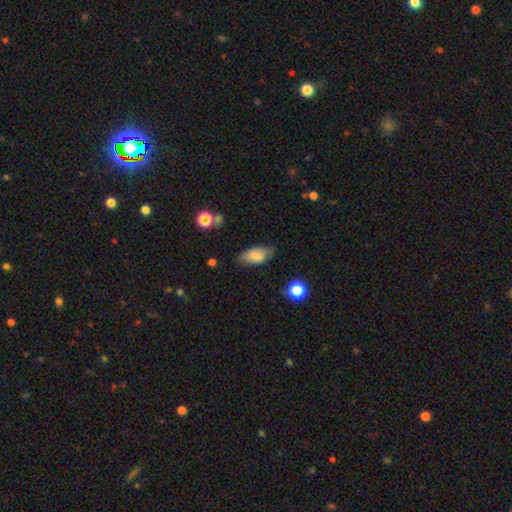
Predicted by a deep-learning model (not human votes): A smooth galaxy with no disk features (77%) that is in between round and cigar-shaped (90%).

Vote fractions:
- Smooth or featured? smooth: 77% / featured or disk: 16% / star or artifact: 7%
- How rounded? in between: 90% / cigar-shaped: 7% / round: 3%
- Merging? none: 73% / minor disturbance: 21% / major disturbance: 5% / merger: 2%